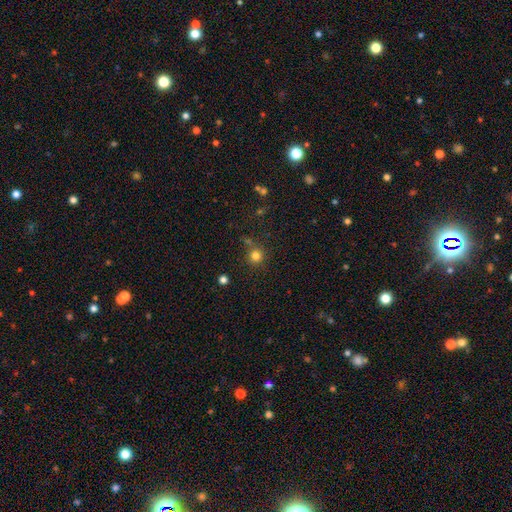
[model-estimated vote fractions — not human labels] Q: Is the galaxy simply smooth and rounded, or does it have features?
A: smooth — 79%.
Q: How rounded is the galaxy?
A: round — 93%.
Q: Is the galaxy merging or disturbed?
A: none — 77%.